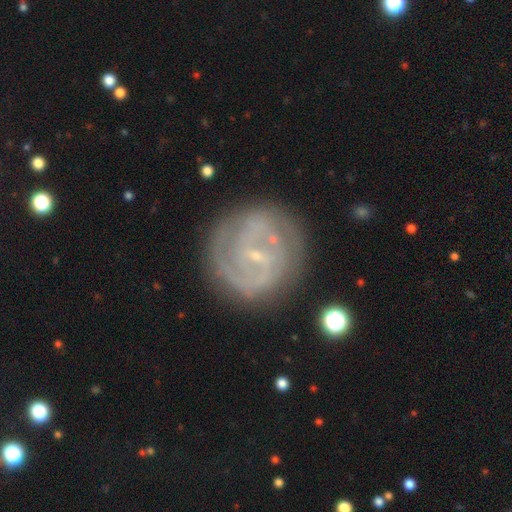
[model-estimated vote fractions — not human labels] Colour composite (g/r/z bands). It shows a featured or disk galaxy (79%) with a weak bar (48%), 2 (55%) tight (49%) spiral arms (88%) and a small central bulge (84%). Merging: none (77%).